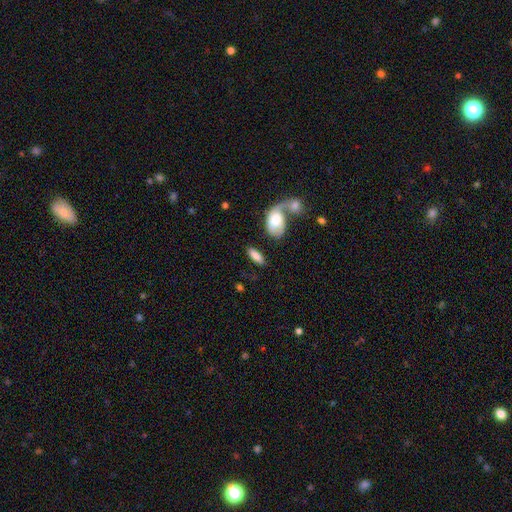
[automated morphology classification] This appears to be a smooth galaxy with no disk features (78%) that is in between round and cigar-shaped (80%). Merging: none (55%).